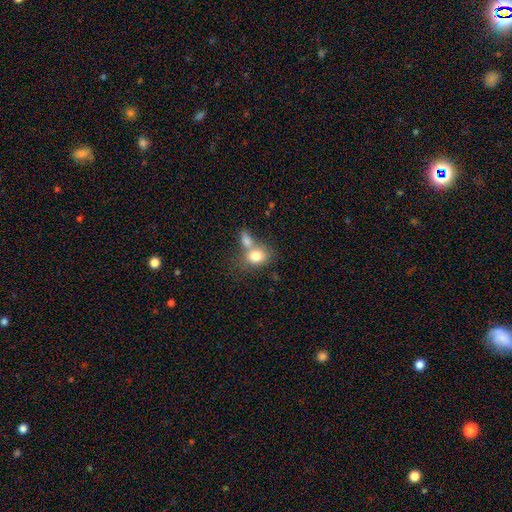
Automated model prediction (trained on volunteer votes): Overall: smooth (78%). How rounded: in between (59%; round 39%). Merging: merger (51%; none 33%).